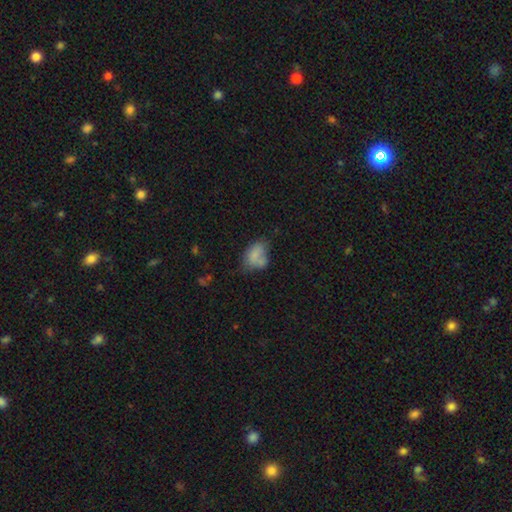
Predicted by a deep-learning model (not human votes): This is likely a smooth galaxy (73%). How rounded: likely in between (78%). Merging: marginally none (34%).